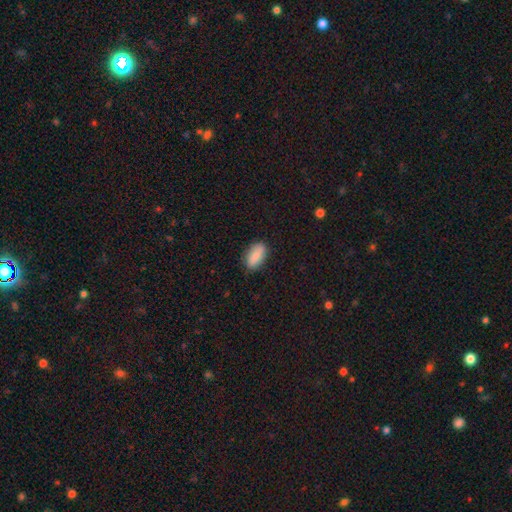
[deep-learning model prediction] smooth_or_featured: smooth (p=0.81) [alt: featured or disk p=0.12]
how_rounded: in between (p=0.89) [alt: cigar-shaped p=0.06]
merging: none (p=0.84) [alt: minor disturbance p=0.12]